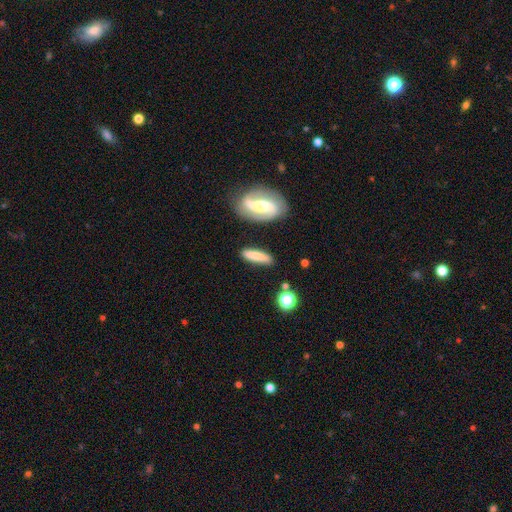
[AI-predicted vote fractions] Smooth or featured?
  - smooth: 67% *
  - featured or disk: 26%
  - star or artifact: 6%
How rounded?
  - cigar-shaped: 73% *
  - in between: 24%
  - round: 3%
Merging?
  - none: 82% *
  - minor disturbance: 11%
  - merger: 4%
  - major disturbance: 3%